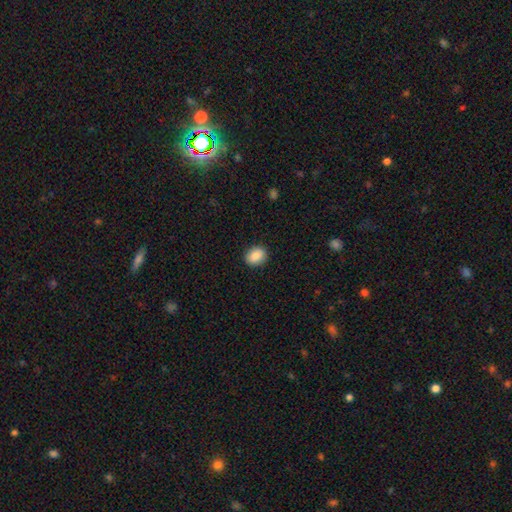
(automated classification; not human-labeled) Smooth or featured?
  - smooth: 88% *
  - star or artifact: 8%
  - featured or disk: 4%
How rounded?
  - round: 51% *
  - in between: 48%
  - cigar-shaped: 1%
Merging?
  - none: 89% *
  - minor disturbance: 8%
  - major disturbance: 2%
  - merger: 1%